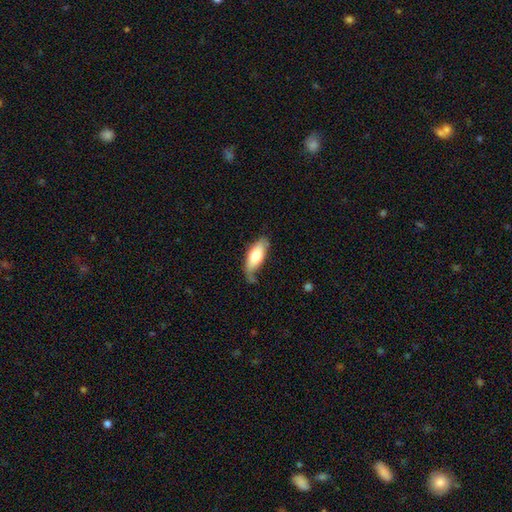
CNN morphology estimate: smooth_or_featured: smooth (p=0.71) [alt: featured or disk p=0.24]
how_rounded: in between (p=0.79) [alt: cigar-shaped p=0.18]
merging: none (p=0.54) [alt: minor disturbance p=0.32]